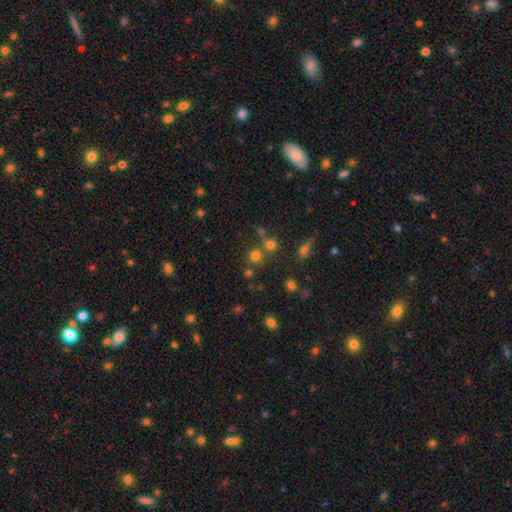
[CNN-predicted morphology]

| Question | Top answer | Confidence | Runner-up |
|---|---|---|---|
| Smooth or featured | smooth | 69% | star or artifact (22%) |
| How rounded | round | 90% | in between (8%) |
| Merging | none | 66% | merger (23%) |